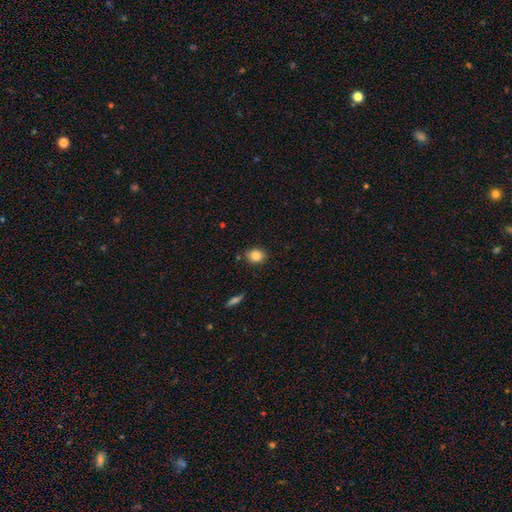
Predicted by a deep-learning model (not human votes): This appears to be a smooth galaxy with no disk features (85%) that is in between round and cigar-shaped (51%). Merging: none (84%).